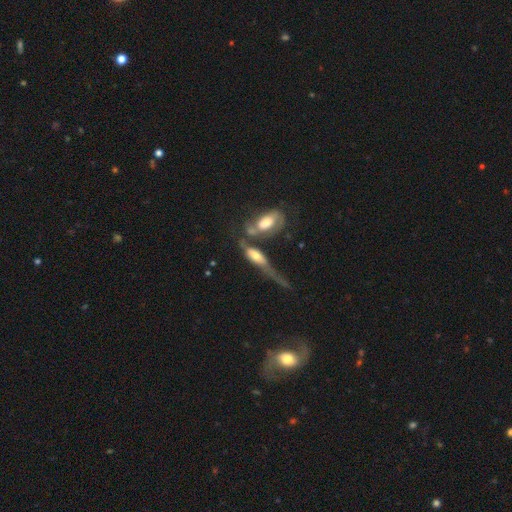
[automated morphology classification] Smooth or featured? Predicted: featured or disk (p=0.48). Merging? Predicted: merger (p=0.51).